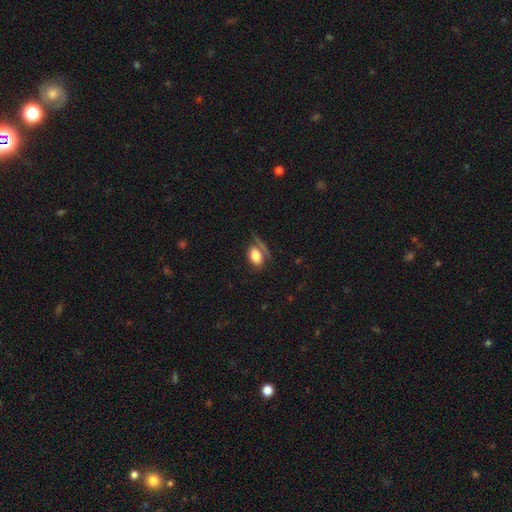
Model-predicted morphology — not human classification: Overall: smooth (77%). How rounded: in between (86%). Merging: none (58%; minor disturbance 20%).